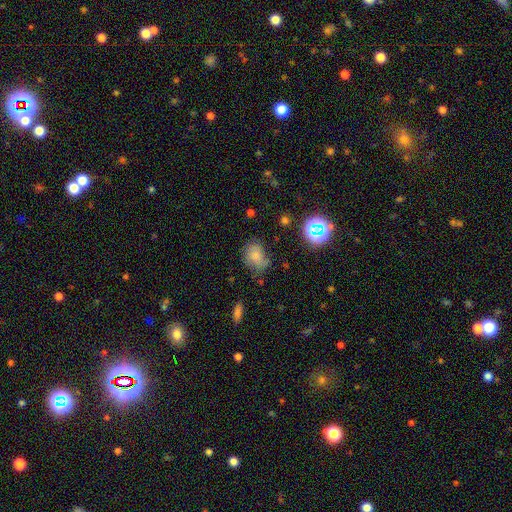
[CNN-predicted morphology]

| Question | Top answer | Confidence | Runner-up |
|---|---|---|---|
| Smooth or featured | smooth | 67% | featured or disk (16%) |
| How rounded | in between | 56% | round (43%) |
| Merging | none | 53% | minor disturbance (31%) |